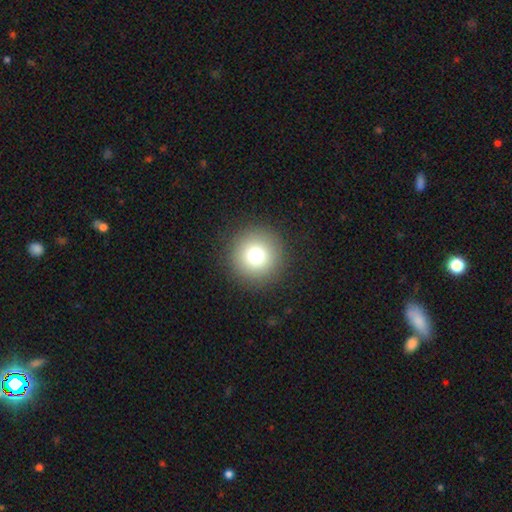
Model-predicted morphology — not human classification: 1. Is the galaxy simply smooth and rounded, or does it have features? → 75% smooth, 15% star or artifact, 10% featured or disk.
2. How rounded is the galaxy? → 97% round, 2% in between, 1% cigar-shaped.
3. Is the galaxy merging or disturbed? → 92% none, 5% minor disturbance, 3% major disturbance, 1% merger.